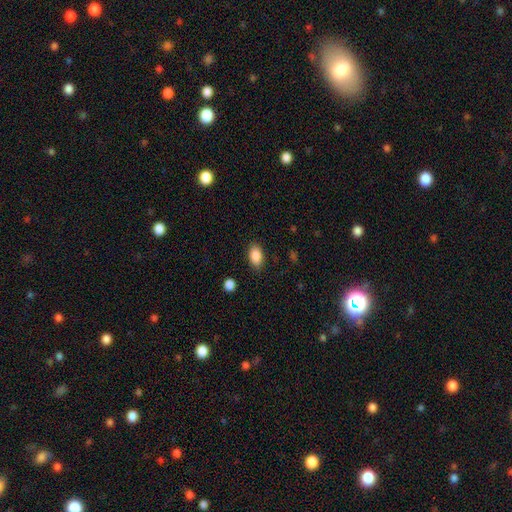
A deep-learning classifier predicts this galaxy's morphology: type=smooth (88%); roundness=in between (90%); merging=none (86%).